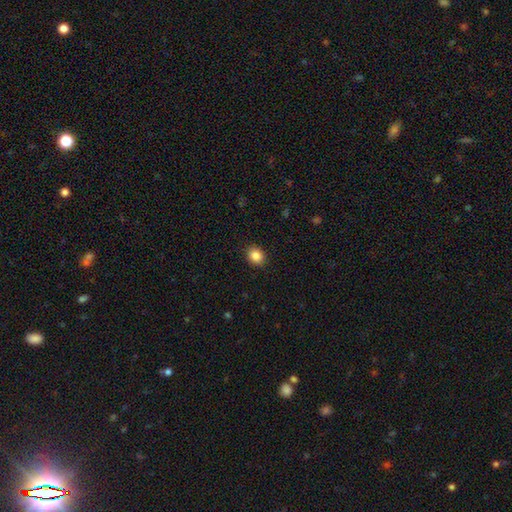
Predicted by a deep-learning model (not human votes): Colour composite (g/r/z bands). It shows a smooth galaxy with no disk features (86%) that is round (54%). Merging: none (90%).